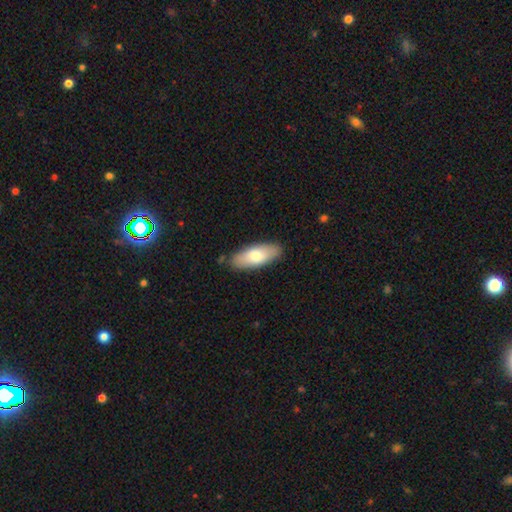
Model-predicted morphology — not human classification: Overall: smooth (75%). How rounded: in between (77%). Merging: none (86%).